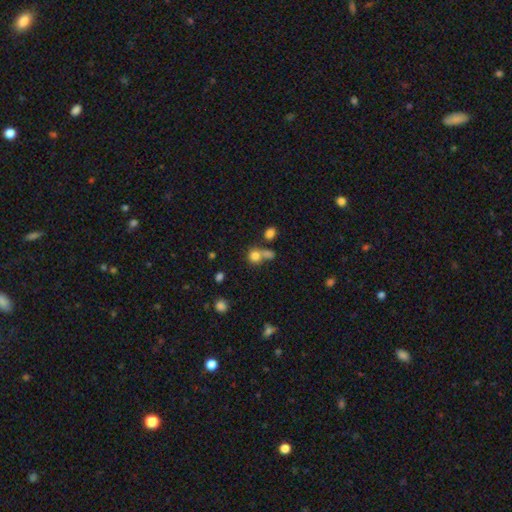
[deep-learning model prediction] smooth 79%, star or artifact 13%, featured or disk 8%. Down the decision tree: how rounded — round (83%); merging — none (49%).